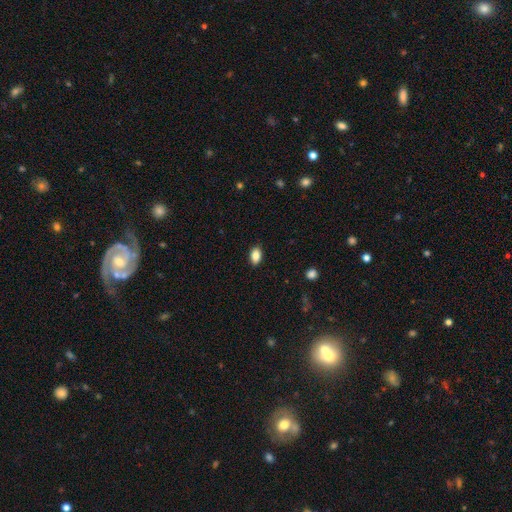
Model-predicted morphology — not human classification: This appears to be a smooth galaxy with no disk features (87%) that is in between round and cigar-shaped (89%). Merging: none (88%).